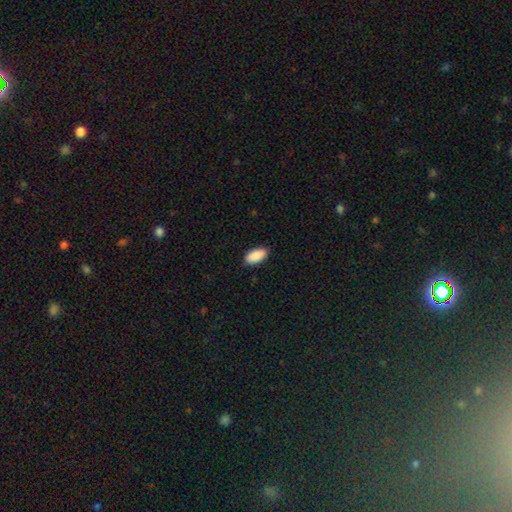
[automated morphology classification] Smooth or featured?
  - smooth: 91% *
  - star or artifact: 6%
  - featured or disk: 3%
How rounded?
  - in between: 94% *
  - cigar-shaped: 4%
  - round: 2%
Merging?
  - none: 88% *
  - minor disturbance: 9%
  - major disturbance: 2%
  - merger: 1%